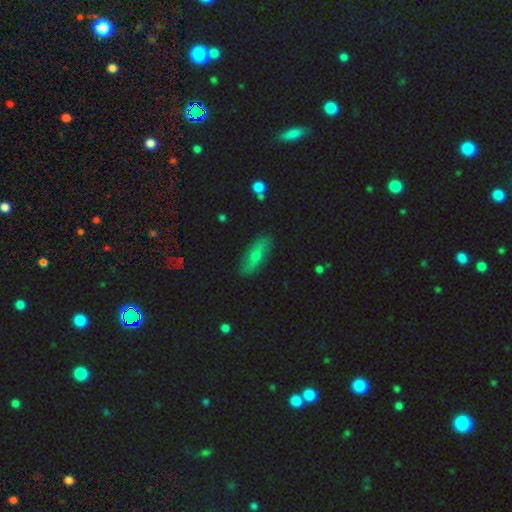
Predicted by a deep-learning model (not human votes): Smooth or featured? Predicted: smooth (p=0.52). How rounded? Predicted: in between (p=0.60). Merging? Predicted: none (p=0.85).